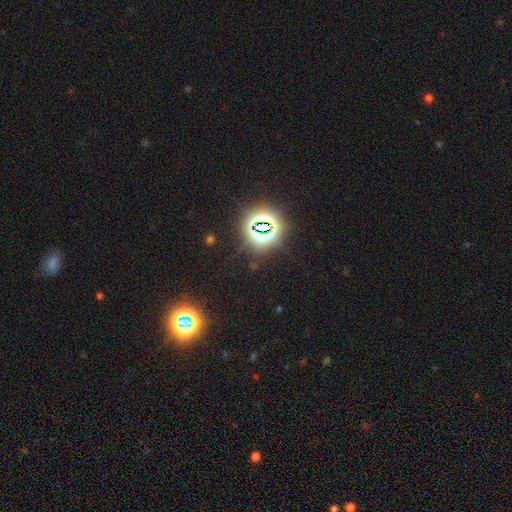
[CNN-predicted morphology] Smooth or featured?
  - star or artifact: 81% *
  - smooth: 13%
  - featured or disk: 6%